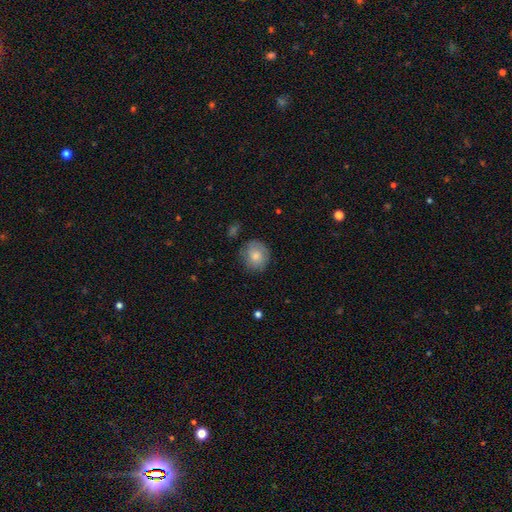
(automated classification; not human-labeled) Overall: smooth (72%). How rounded: round (84%). Merging: none (74%).